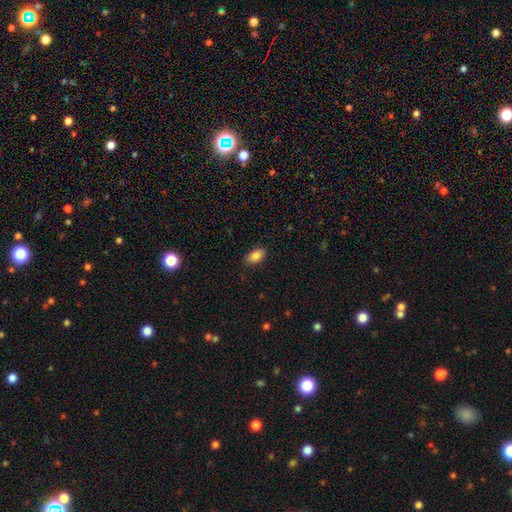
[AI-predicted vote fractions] Overall: smooth (87%). How rounded: in between (92%). Merging: none (85%).